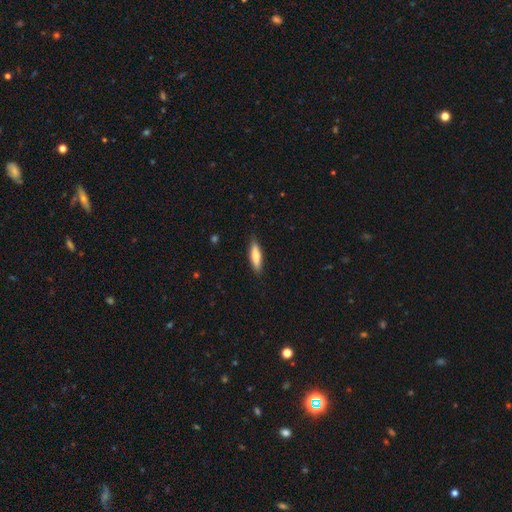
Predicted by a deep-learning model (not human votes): Smooth or featured: smooth — 67% (featured or disk — 27%)
How rounded: cigar-shaped — 66% (in between — 32%)
Merging: none — 87% (minor disturbance — 10%)